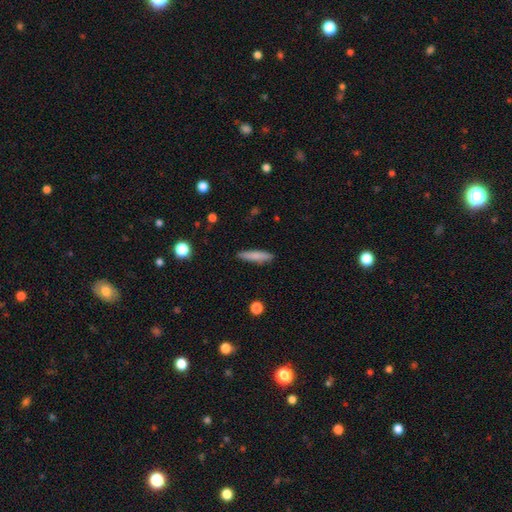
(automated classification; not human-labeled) smooth 79%, featured or disk 15%, star or artifact 6%. Down the decision tree: how rounded — cigar-shaped (81%); merging — none (87%).